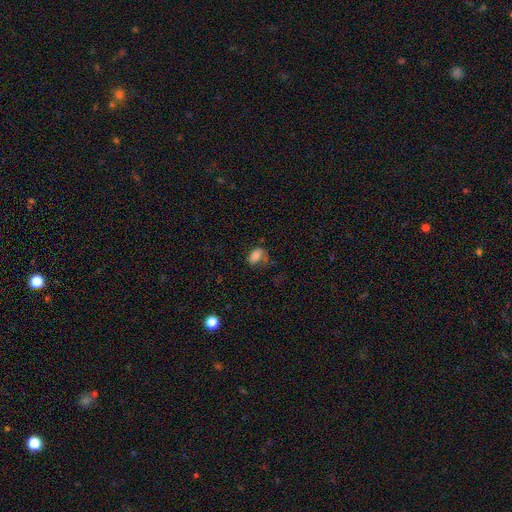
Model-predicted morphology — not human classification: A smooth galaxy with no disk features (73%) that is in between round and cigar-shaped (87%).

Vote fractions:
- Smooth or featured? smooth: 73% / featured or disk: 16% / star or artifact: 10%
- How rounded? in between: 87% / round: 11% / cigar-shaped: 2%
- Merging? none: 46% / minor disturbance: 27% / major disturbance: 23% / merger: 4%